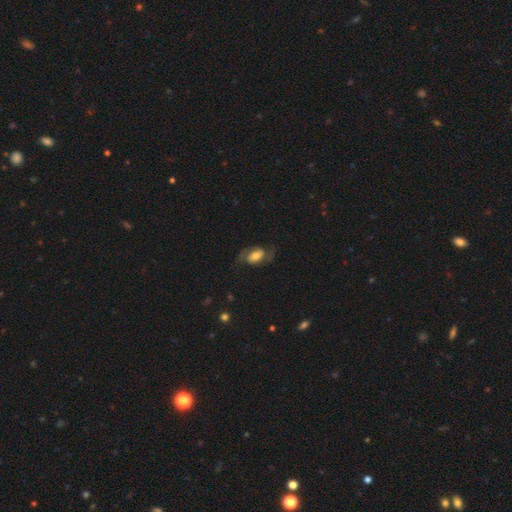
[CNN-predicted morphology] The model was most divided on "bar": no: 43%, weak: 38%, strong: 19%. Remaining: edge-on disk — no (94%); spiral arms — yes (83%); merging — none (66%); smooth or featured — featured or disk (58%); bulge size — moderate (46%).